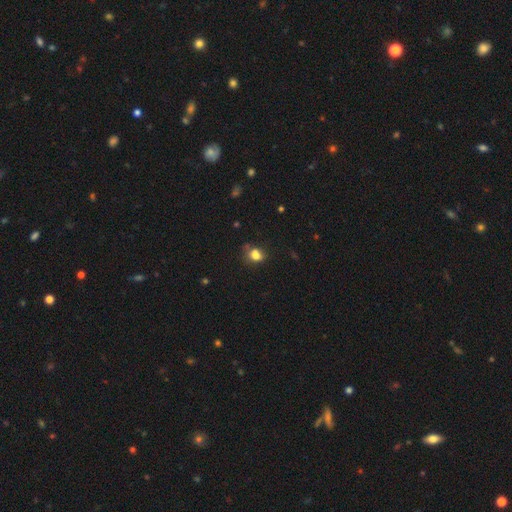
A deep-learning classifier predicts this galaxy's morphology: smooth 76%, star or artifact 13%, featured or disk 10%. Down the decision tree: how rounded — in between (57%); merging — none (48%).